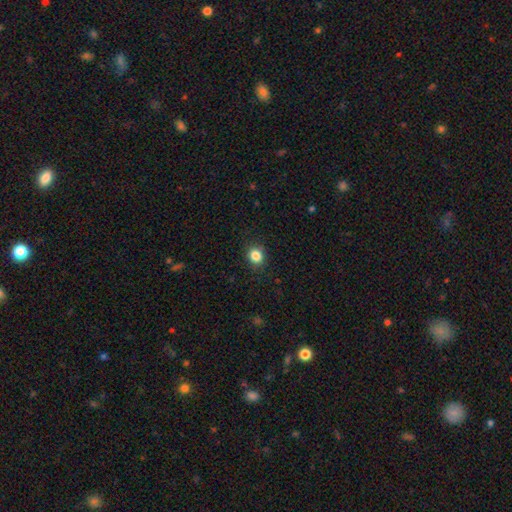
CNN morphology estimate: Smooth or featured: smooth — 85% (star or artifact — 11%)
How rounded: round — 72% (in between — 27%)
Merging: none — 88% (minor disturbance — 9%)